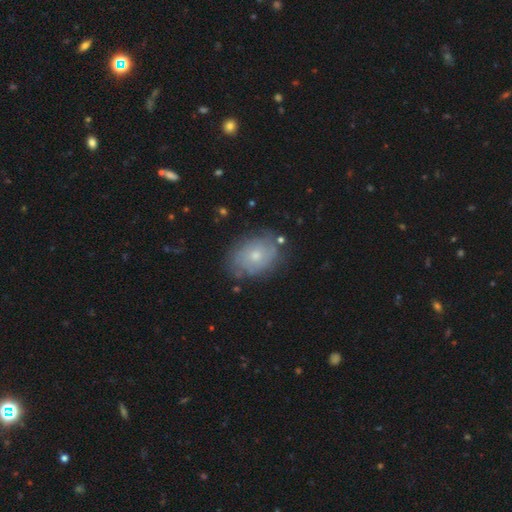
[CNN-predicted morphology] Smooth or featured? smooth (47%)
Merging? none (74%)